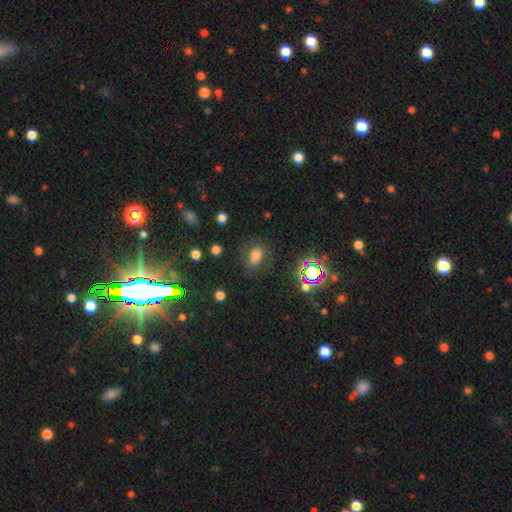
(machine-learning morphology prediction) Overall: smooth (64%). How rounded: in between (79%). Merging: none (75%).